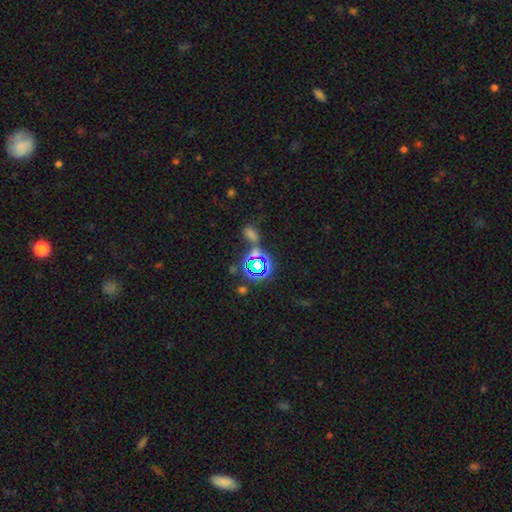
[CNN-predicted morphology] smooth-or-featured: star or artifact: 48% | smooth: 41% | featured or disk: 11%